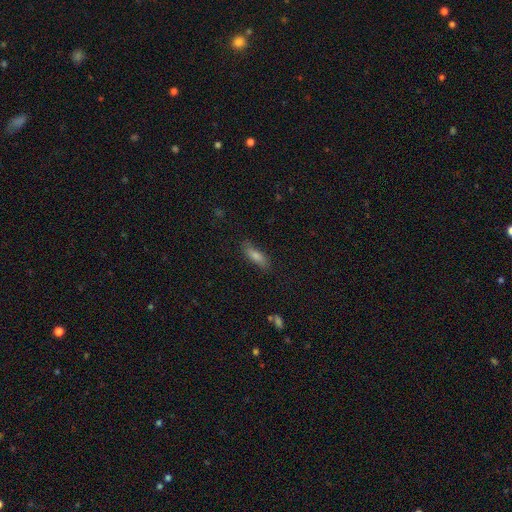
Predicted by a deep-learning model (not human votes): Smooth or featured? smooth (71%)
How rounded? cigar-shaped (51%)
Merging? none (80%)